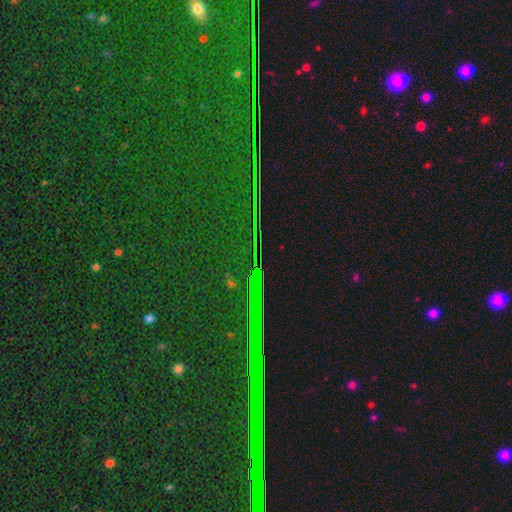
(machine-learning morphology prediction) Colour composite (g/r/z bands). It shows a star or artifact, not a galaxy (86%).